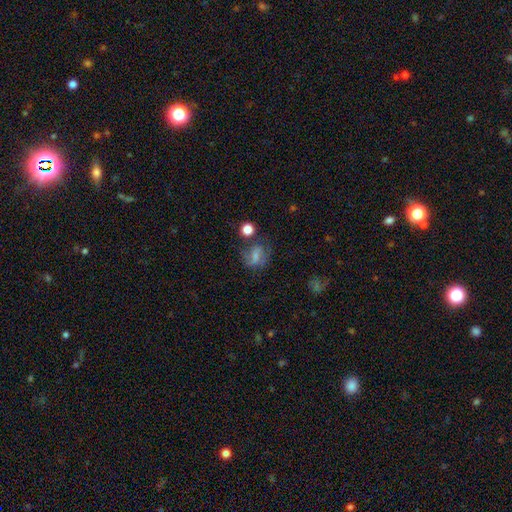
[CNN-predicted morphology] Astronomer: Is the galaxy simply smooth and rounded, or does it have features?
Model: smooth — 54% (runner-up: featured or disk, 31%).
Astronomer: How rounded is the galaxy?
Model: in between — 48%, tied with round at 48%.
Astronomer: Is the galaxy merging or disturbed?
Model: none — 52%.